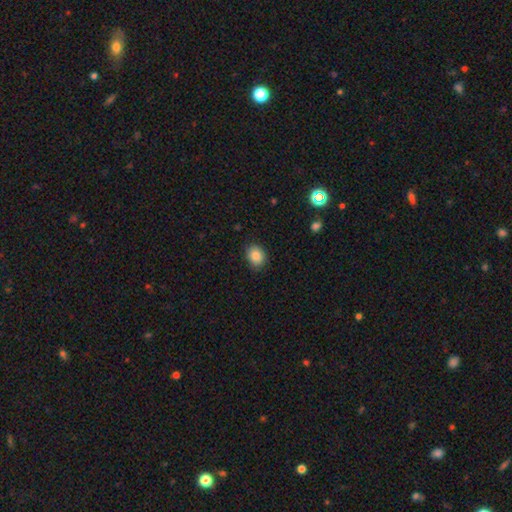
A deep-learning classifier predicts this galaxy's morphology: Overall: smooth (85%). How rounded: round (50%; in between 49%). Merging: none (85%).